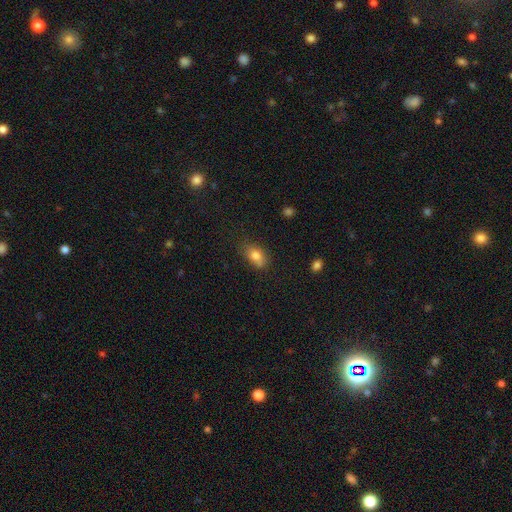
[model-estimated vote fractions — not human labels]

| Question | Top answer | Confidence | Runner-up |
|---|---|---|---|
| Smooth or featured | smooth | 81% | featured or disk (11%) |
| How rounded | in between | 85% | round (11%) |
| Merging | none | 72% | minor disturbance (22%) |